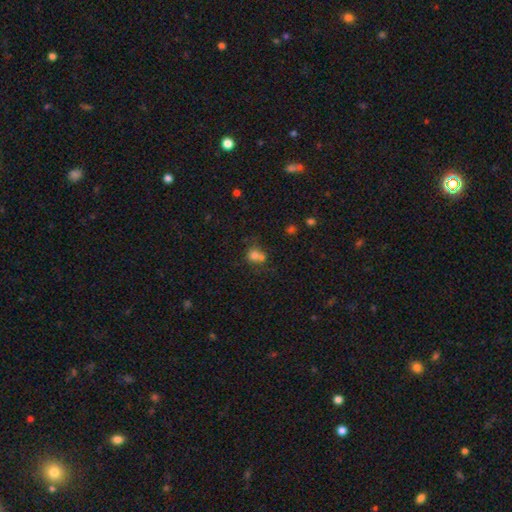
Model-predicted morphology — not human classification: Smooth or featured? Predicted: smooth (p=0.72). How rounded? Predicted: round (p=0.78). Merging? Predicted: merger (p=0.51).